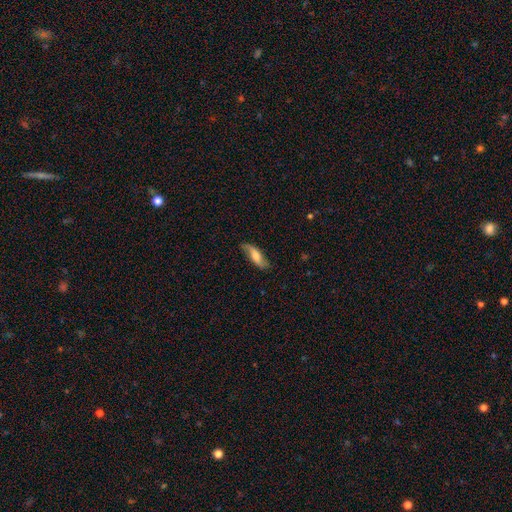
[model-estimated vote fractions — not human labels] Overall: featured or disk (50%; smooth 43%). Merging: none (74%).